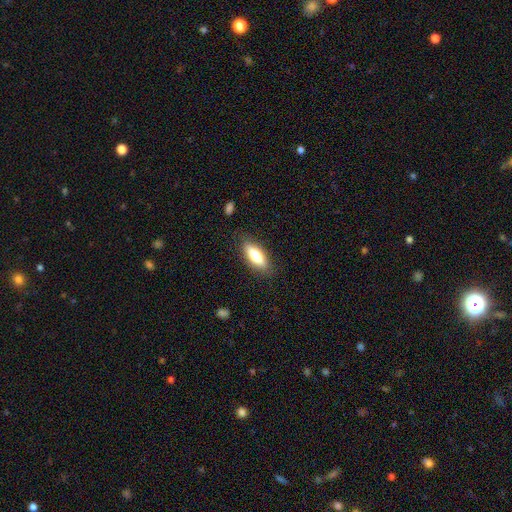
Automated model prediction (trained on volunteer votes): A smooth galaxy with no disk features (72%) that is in between round and cigar-shaped (69%). Merging: none (84%).